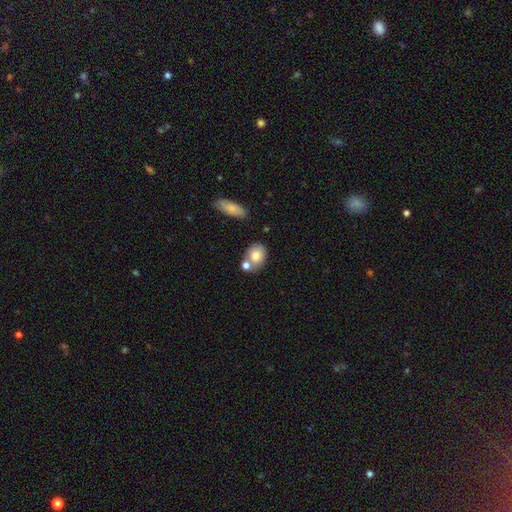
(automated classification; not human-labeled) smooth 76%, featured or disk 15%, star or artifact 8%. Down the decision tree: how rounded — in between (54%); merging — none (55%).